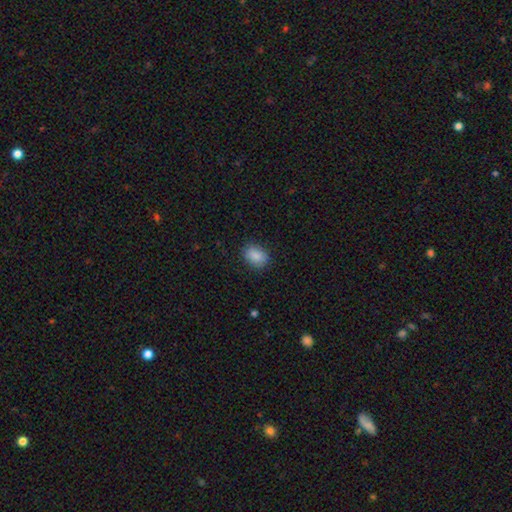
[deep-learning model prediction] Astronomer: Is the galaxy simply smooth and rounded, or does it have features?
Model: smooth — 89%.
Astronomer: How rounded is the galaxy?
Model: in between — 76%.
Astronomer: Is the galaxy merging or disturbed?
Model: none — 85%.